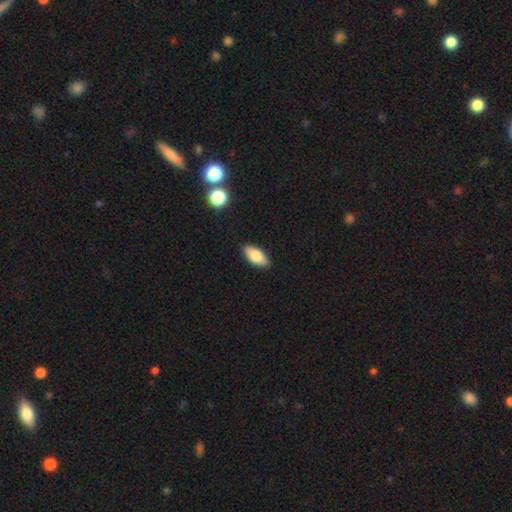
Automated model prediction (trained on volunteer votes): This appears to be a smooth galaxy with no disk features (82%) that is in between round and cigar-shaped (90%). Merging: none (88%).